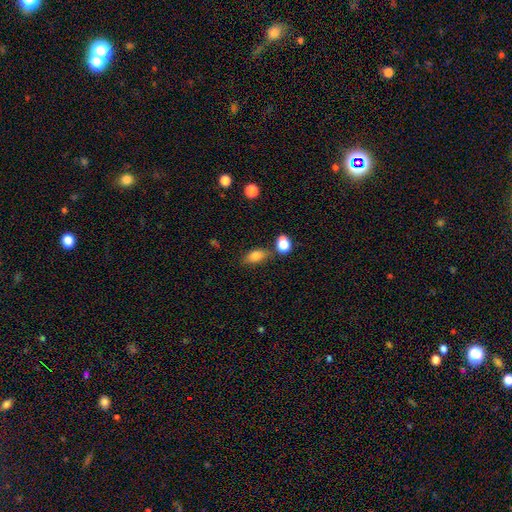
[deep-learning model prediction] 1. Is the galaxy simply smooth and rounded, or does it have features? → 81% smooth, 9% featured or disk, 9% star or artifact.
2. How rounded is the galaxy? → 85% in between, 10% round, 5% cigar-shaped.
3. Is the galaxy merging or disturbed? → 66% none, 16% minor disturbance, 13% merger, 5% major disturbance.